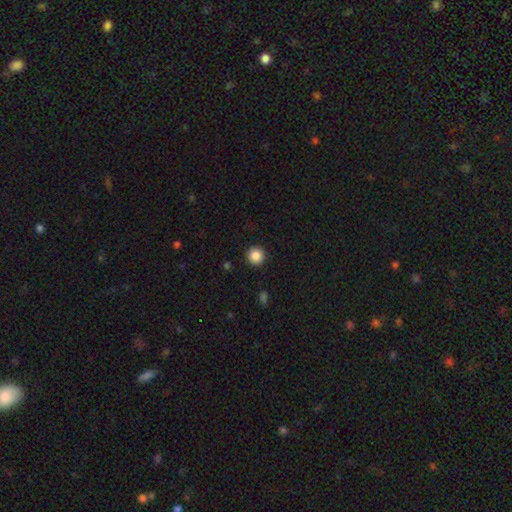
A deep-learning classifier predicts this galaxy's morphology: Smooth or featured? smooth (87%)
How rounded? round (96%)
Merging? none (93%)